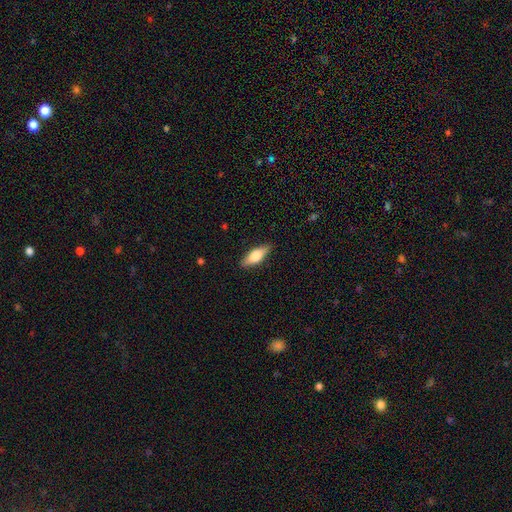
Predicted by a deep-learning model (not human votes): Q: Smooth or featured?
A: smooth (63%); runner-up: featured or disk (31%)
Q: How rounded?
A: in between (66%); runner-up: cigar-shaped (31%)
Q: Merging?
A: none (87%); runner-up: minor disturbance (10%)